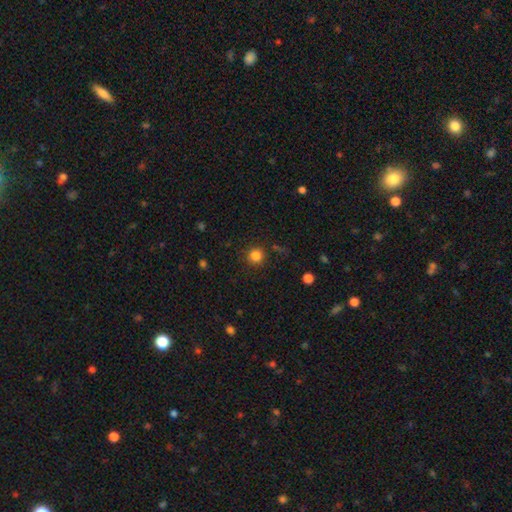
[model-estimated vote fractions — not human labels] smooth 83%, star or artifact 12%, featured or disk 4%. Down the decision tree: how rounded — round (94%); merging — none (88%).